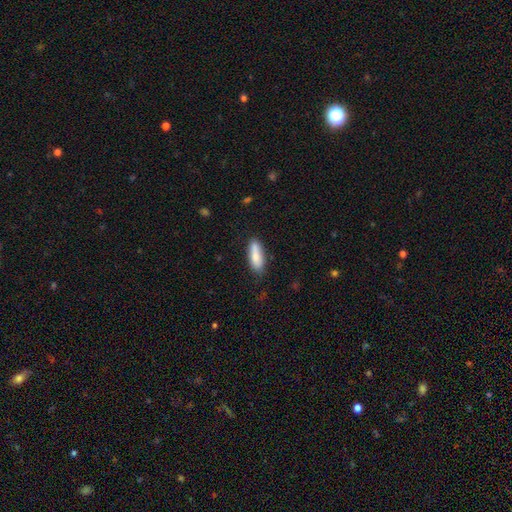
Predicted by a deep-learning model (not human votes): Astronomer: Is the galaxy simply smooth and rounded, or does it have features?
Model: smooth — 81%.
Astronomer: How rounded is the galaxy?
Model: in between — 54% (runner-up: cigar-shaped, 44%).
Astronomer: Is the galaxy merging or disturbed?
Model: none — 77%.